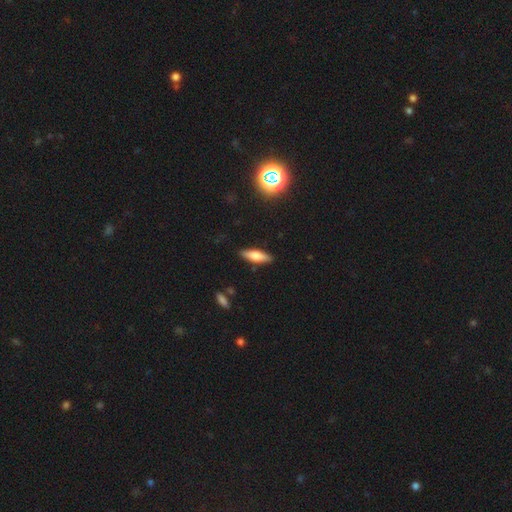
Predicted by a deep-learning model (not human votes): The model was most divided on "how rounded": cigar-shaped: 53%, in between: 45%, round: 2%. More confident: merging — none (87%); smooth or featured — smooth (68%).